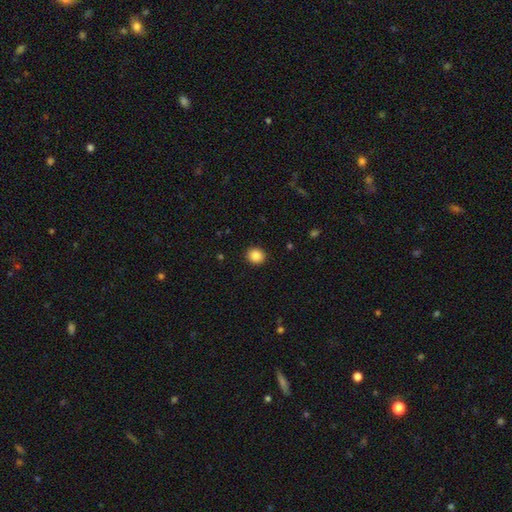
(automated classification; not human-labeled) The model was most divided on "how rounded": round: 83%, in between: 16%, cigar-shaped: 1%. More confident: merging — none (91%); smooth or featured — smooth (88%).